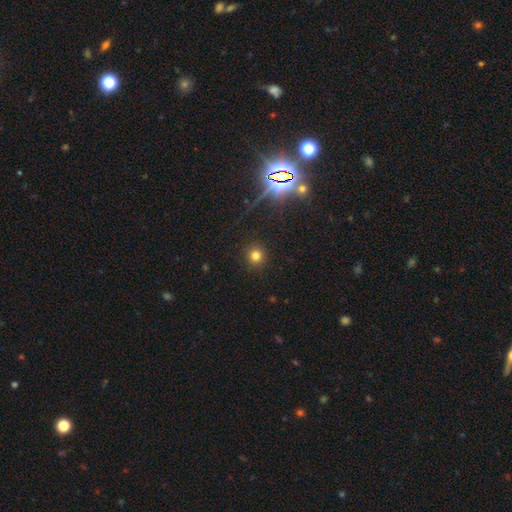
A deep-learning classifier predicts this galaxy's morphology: This appears to be a smooth galaxy with no disk features (75%) that is round (93%). Merging: none (91%).